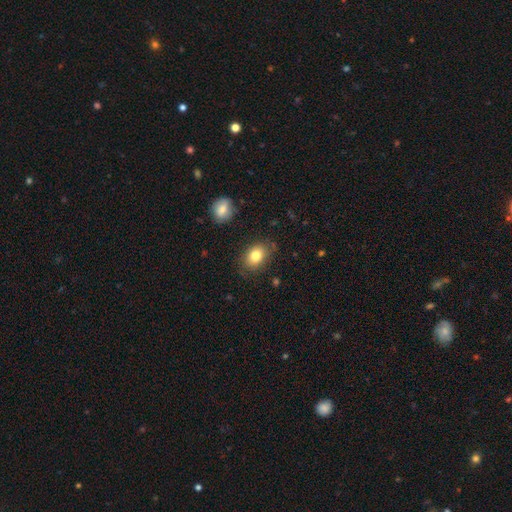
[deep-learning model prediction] Smooth or featured: smooth — 82% (featured or disk — 10%)
How rounded: in between — 75% (round — 24%)
Merging: none — 79% (minor disturbance — 15%)